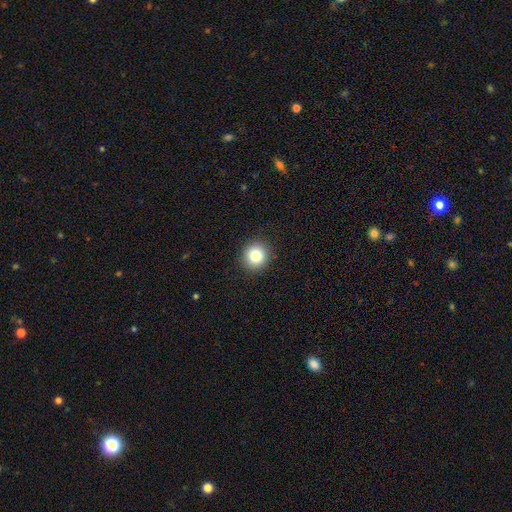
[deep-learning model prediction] smooth 83%, star or artifact 10%, featured or disk 7%. Down the decision tree: how rounded — round (93%); merging — none (92%).